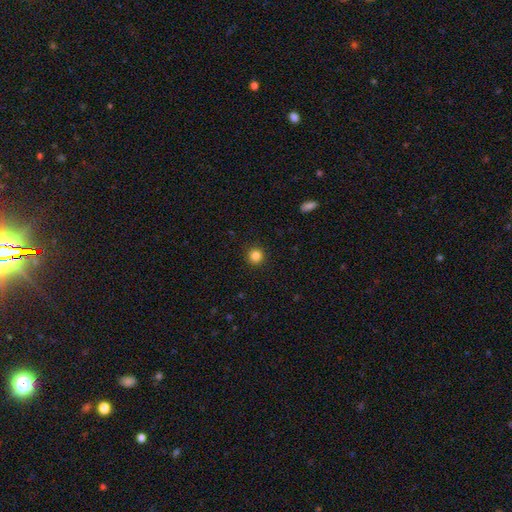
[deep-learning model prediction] Overall: smooth (85%). How rounded: round (95%). Merging: none (92%).